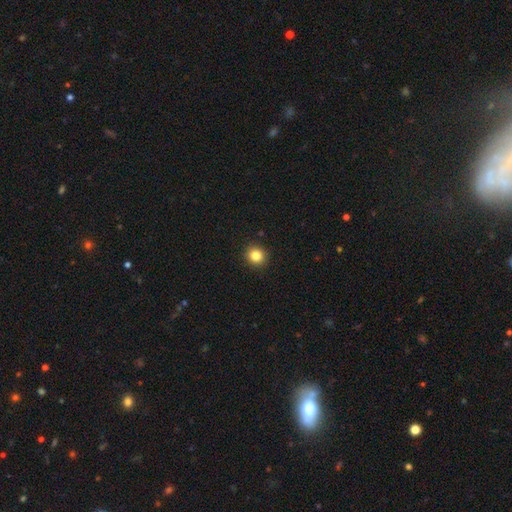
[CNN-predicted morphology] This is clearly a smooth galaxy (84%). How rounded: clearly round (88%). Merging: clearly none (92%).